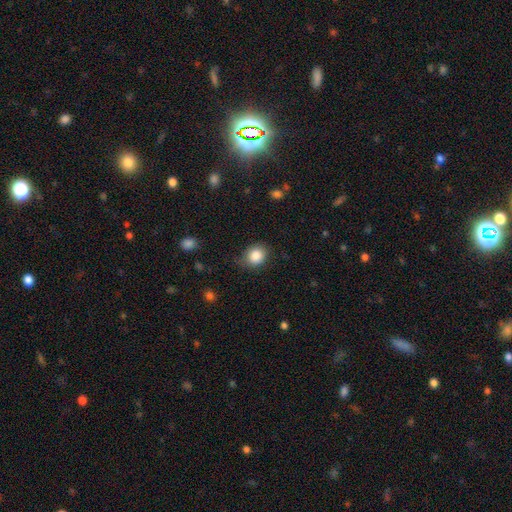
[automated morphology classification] Smooth or featured? smooth (86%)
How rounded? round (64%)
Merging? none (74%)